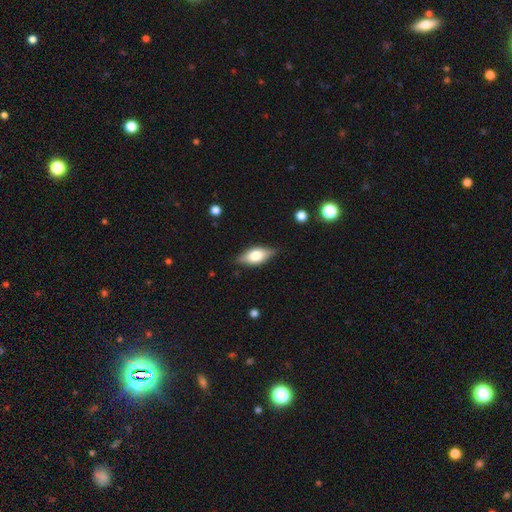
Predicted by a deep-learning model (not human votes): Q: Smooth or featured?
A: smooth (63%); runner-up: featured or disk (30%)
Q: How rounded?
A: in between (81%); runner-up: cigar-shaped (16%)
Q: Merging?
A: none (83%); runner-up: minor disturbance (14%)